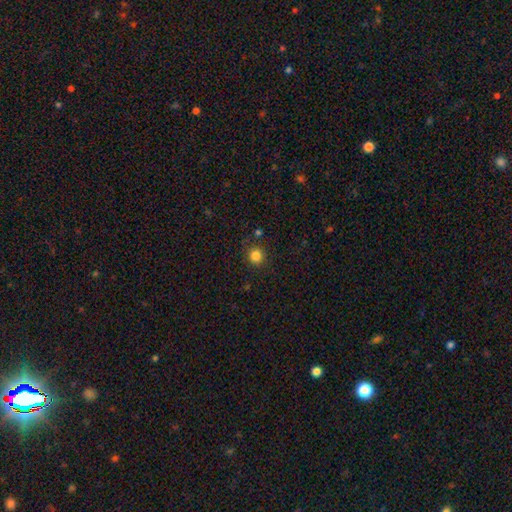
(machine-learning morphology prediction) smooth-or-featured: smooth: 84% | star or artifact: 12% | featured or disk: 4%
  how-rounded: round: 91% | in between: 8% | cigar-shaped: 1%
  merging: none: 87% | minor disturbance: 8% | major disturbance: 3% | merger: 3%